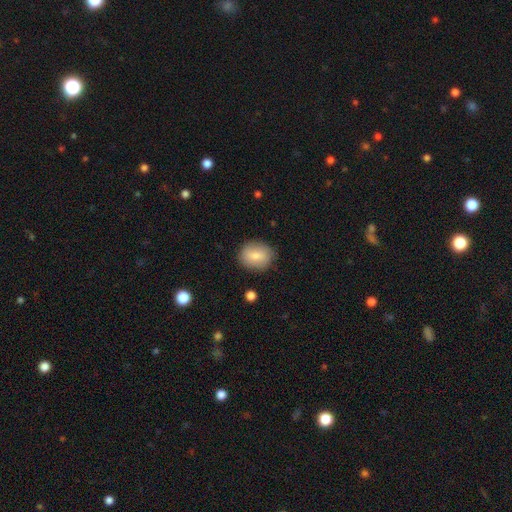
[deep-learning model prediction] Overall: smooth (78%). How rounded: round (58%; in between 41%). Merging: none (85%).